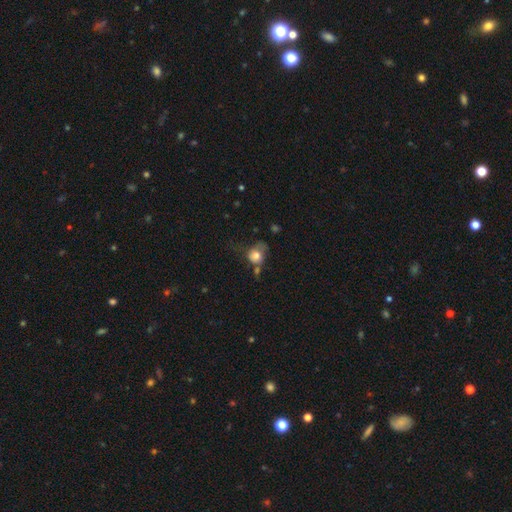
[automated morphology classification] smooth-or-featured: smooth: 74% | featured or disk: 16% | star or artifact: 10%
  how-rounded: round: 65% | in between: 34% | cigar-shaped: 1%
  merging: none: 29% | major disturbance: 28% | minor disturbance: 28% | merger: 15%